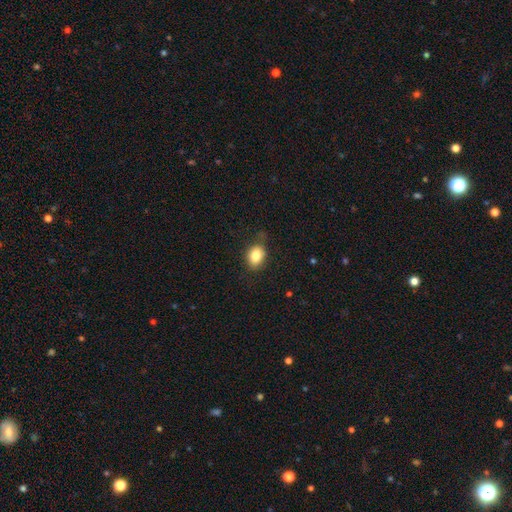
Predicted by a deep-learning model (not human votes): Q: Smooth or featured?
A: smooth (83%); runner-up: star or artifact (9%)
Q: How rounded?
A: in between (69%); runner-up: round (30%)
Q: Merging?
A: none (77%); runner-up: minor disturbance (17%)